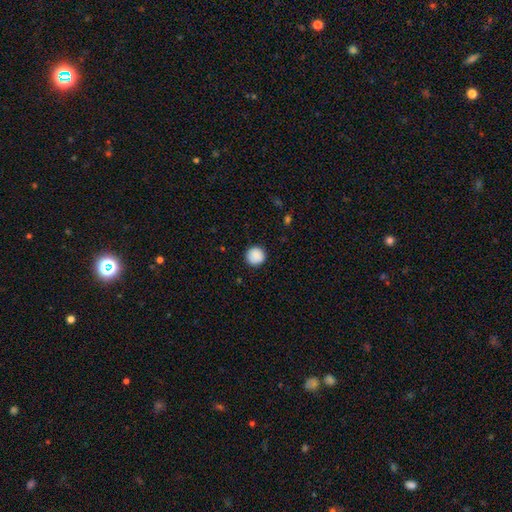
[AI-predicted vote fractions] Overall: smooth (89%). How rounded: round (95%). Merging: none (91%).